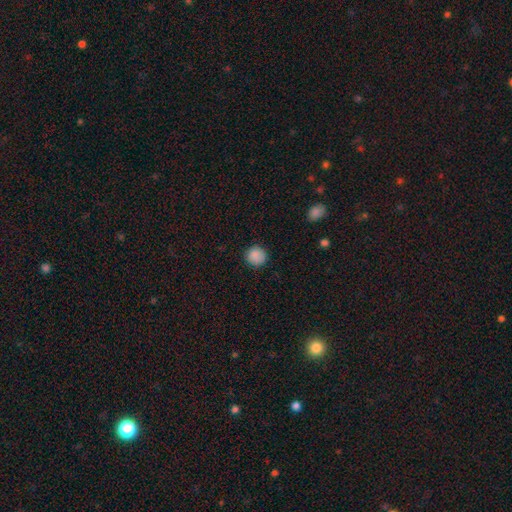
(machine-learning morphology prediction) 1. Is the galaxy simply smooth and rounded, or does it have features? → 88% smooth, 9% star or artifact, 3% featured or disk.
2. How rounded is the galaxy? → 94% round, 5% in between, 1% cigar-shaped.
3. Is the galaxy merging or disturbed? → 89% none, 7% minor disturbance, 2% major disturbance, 1% merger.